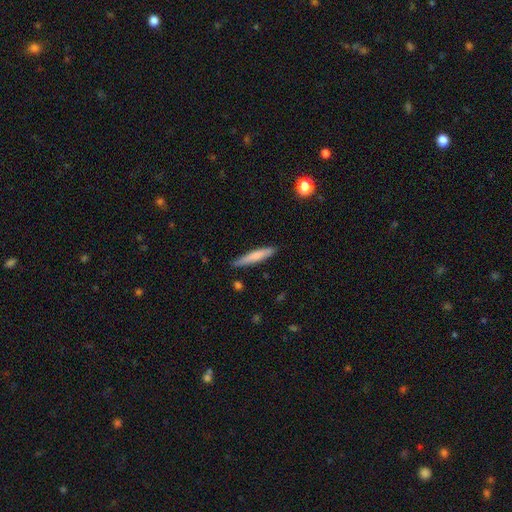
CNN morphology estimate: A smooth galaxy with no disk features (71%) that is cigar-shaped (93%).

Vote fractions:
- Smooth or featured? smooth: 71% / featured or disk: 24% / star or artifact: 5%
- How rounded? cigar-shaped: 93% / in between: 6% / round: 1%
- Merging? none: 86% / minor disturbance: 11% / major disturbance: 2% / merger: 2%